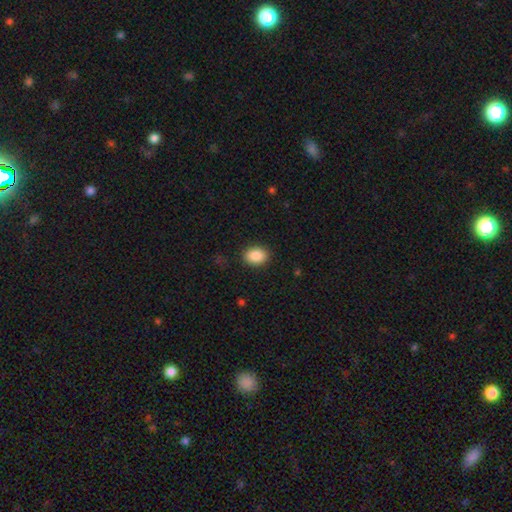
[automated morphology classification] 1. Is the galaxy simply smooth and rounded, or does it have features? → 89% smooth, 8% star or artifact, 3% featured or disk.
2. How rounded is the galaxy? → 70% in between, 29% round, 1% cigar-shaped.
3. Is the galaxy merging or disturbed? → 89% none, 8% minor disturbance, 2% major disturbance, 1% merger.